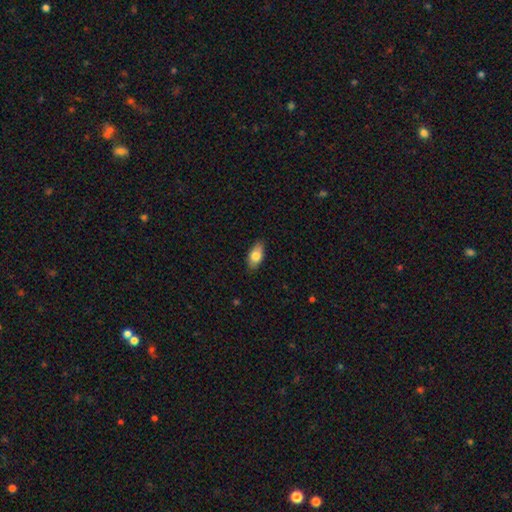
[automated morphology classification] Smooth or featured: smooth — 80% (featured or disk — 14%)
How rounded: in between — 89% (cigar-shaped — 7%)
Merging: none — 85% (minor disturbance — 12%)